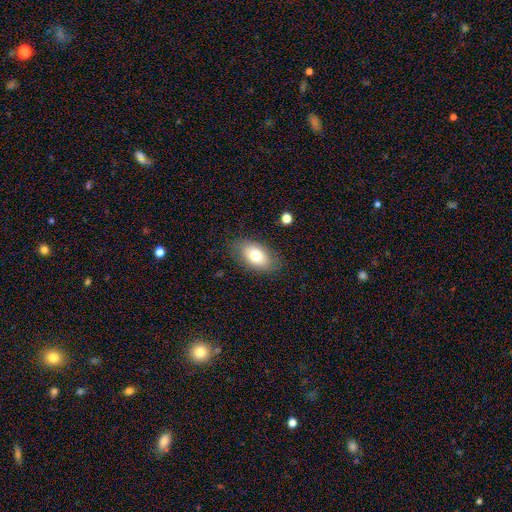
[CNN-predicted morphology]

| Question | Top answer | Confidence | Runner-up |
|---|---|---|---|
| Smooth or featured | smooth | 74% | featured or disk (18%) |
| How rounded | in between | 91% | round (7%) |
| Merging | none | 82% | minor disturbance (13%) |